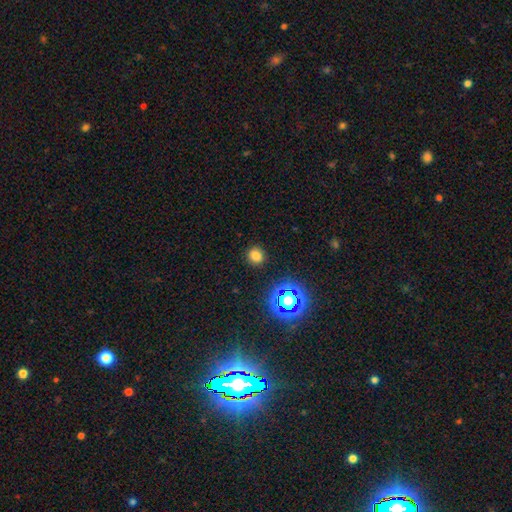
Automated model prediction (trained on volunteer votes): smooth 74%, star or artifact 20%, featured or disk 5%. Down the decision tree: how rounded — round (85%); merging — none (88%).